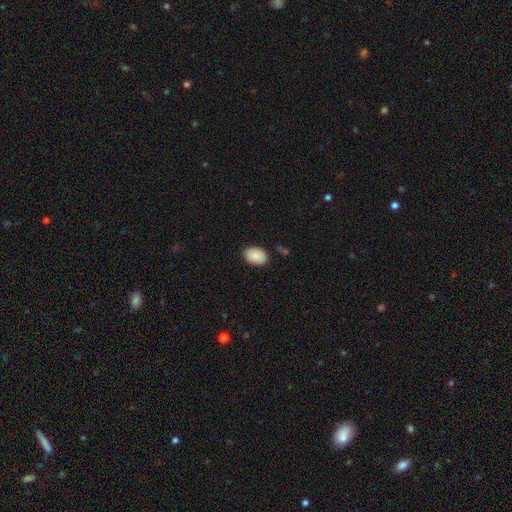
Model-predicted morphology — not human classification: smooth-or-featured: smooth: 89% | star or artifact: 7% | featured or disk: 5%
  how-rounded: in between: 87% | round: 12% | cigar-shaped: 1%
  merging: none: 86% | minor disturbance: 10% | major disturbance: 2% | merger: 1%